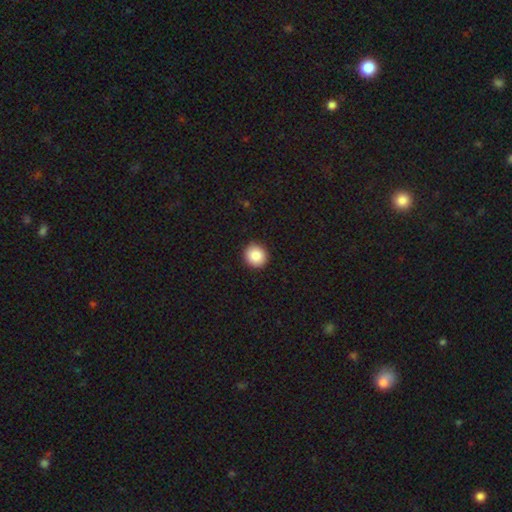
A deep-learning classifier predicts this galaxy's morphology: This is clearly a smooth galaxy (87%). How rounded: clearly round (88%). Merging: clearly none (92%).